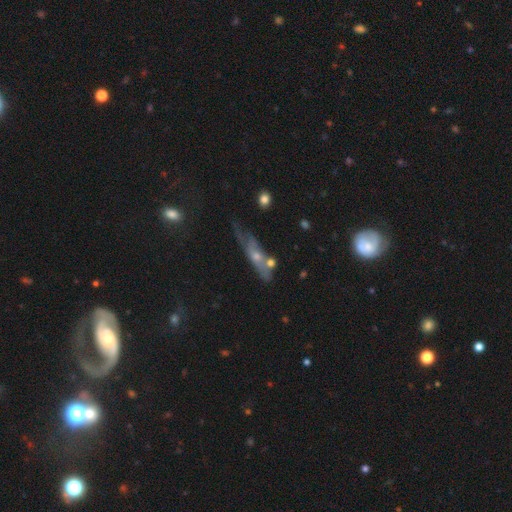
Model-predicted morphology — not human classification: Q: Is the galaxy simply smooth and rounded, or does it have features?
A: featured or disk — 54%.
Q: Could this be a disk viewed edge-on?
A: no — 51%.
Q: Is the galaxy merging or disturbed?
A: none — 40%.